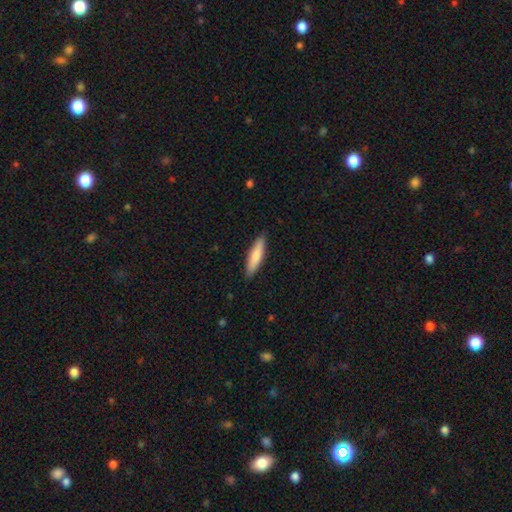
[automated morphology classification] A smooth galaxy with no disk features (77%) that is cigar-shaped (78%).

Vote fractions:
- Smooth or featured? smooth: 77% / featured or disk: 18% / star or artifact: 5%
- How rounded? cigar-shaped: 78% / in between: 20% / round: 1%
- Merging? none: 89% / minor disturbance: 8% / major disturbance: 2% / merger: 1%